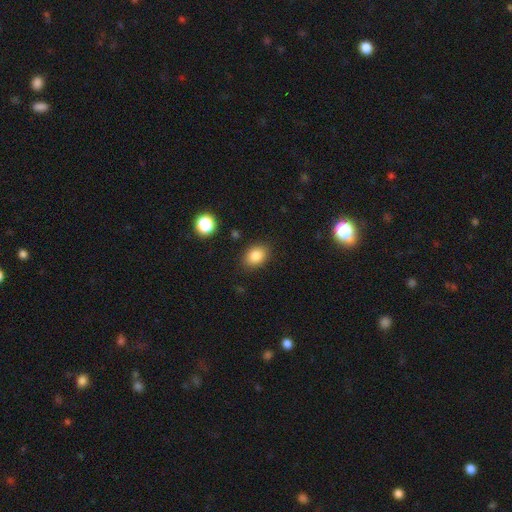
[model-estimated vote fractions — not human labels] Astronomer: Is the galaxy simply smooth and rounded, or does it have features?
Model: smooth — 85%.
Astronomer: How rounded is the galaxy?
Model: in between — 73%.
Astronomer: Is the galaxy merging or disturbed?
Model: none — 85%.